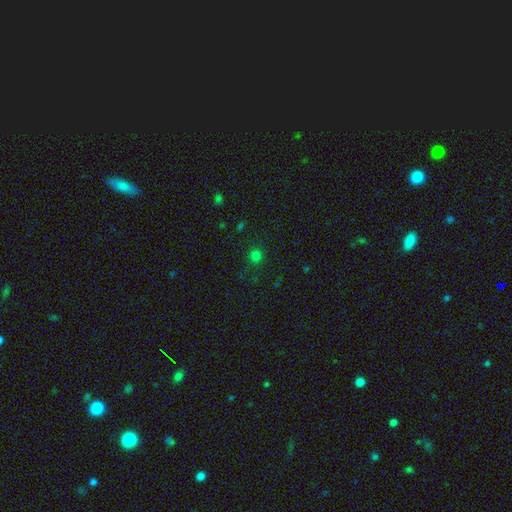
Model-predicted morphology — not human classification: This appears to be a smooth galaxy with no disk features (76%) that is round (91%). Merging: none (84%).